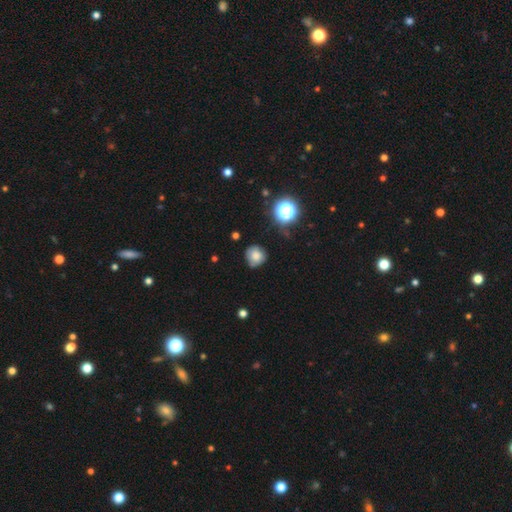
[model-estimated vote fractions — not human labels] Smooth or featured? smooth (75%)
How rounded? round (87%)
Merging? none (69%)